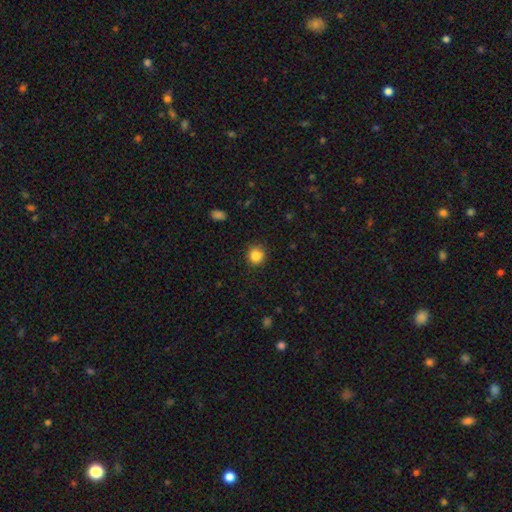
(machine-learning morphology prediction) Smooth or featured?
  - smooth: 85% *
  - star or artifact: 11%
  - featured or disk: 5%
How rounded?
  - round: 90% *
  - in between: 9%
  - cigar-shaped: 1%
Merging?
  - none: 88% *
  - minor disturbance: 9%
  - major disturbance: 2%
  - merger: 1%